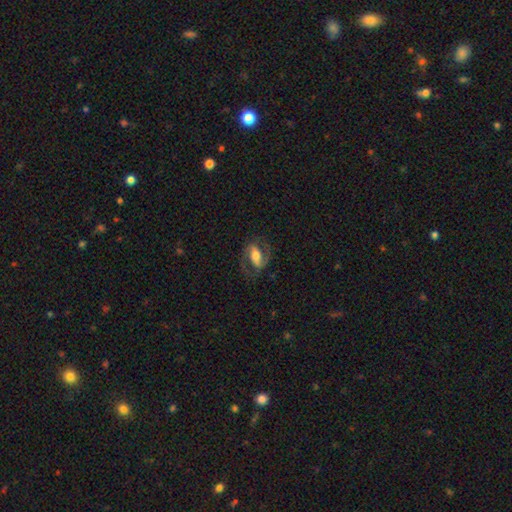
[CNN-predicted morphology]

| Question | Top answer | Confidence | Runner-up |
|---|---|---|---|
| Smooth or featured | featured or disk | 77% | smooth (18%) |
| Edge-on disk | no | 95% | yes (5%) |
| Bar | strong | 45% | weak (34%) |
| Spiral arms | yes | 91% | no (9%) |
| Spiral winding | medium | 54% | loose (24%) |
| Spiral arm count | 2 | 89% | can't tell (4%) |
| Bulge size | moderate | 60% | large (18%) |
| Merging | none | 72% | minor disturbance (15%) |